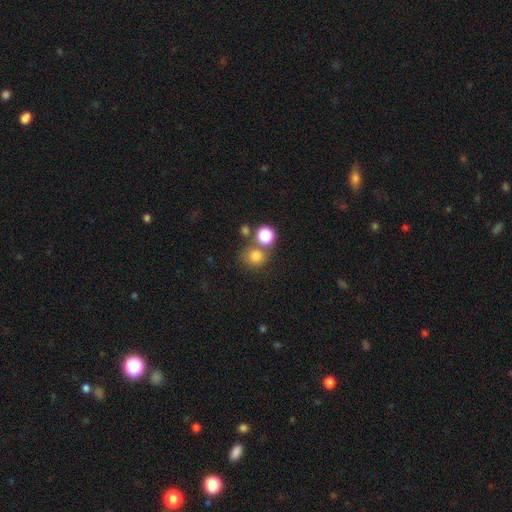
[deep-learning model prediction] This appears to be a smooth galaxy with no disk features (76%) that is round (84%). Merging: none (61%).